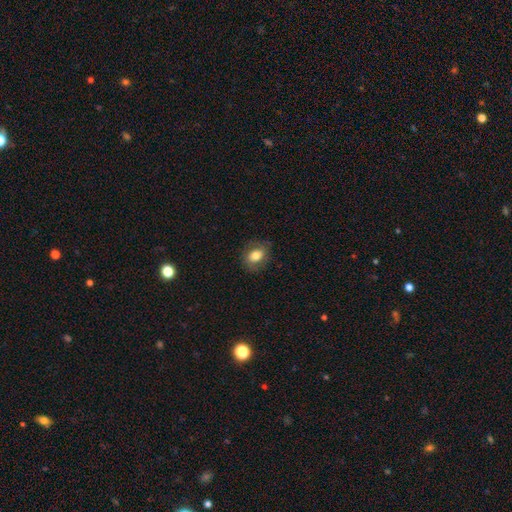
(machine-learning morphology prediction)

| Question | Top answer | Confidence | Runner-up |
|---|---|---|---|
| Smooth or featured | smooth | 72% | featured or disk (19%) |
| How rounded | in between | 55% | round (44%) |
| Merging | none | 78% | minor disturbance (15%) |